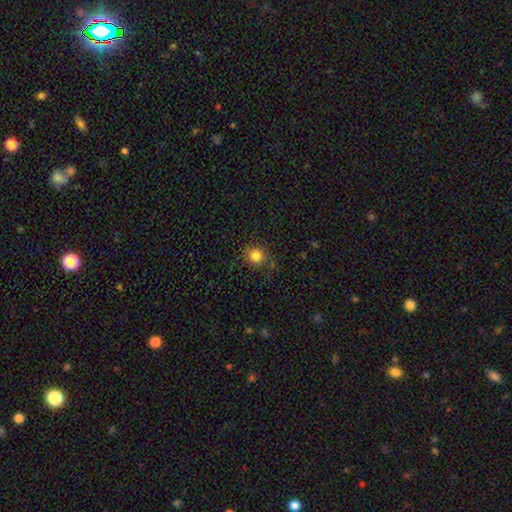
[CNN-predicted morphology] type=smooth (82%); roundness=round (86%); merging=none (80%).